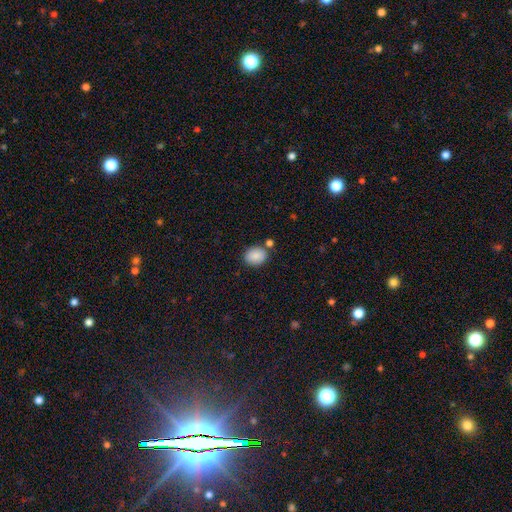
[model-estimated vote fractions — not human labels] smooth 88%, star or artifact 8%, featured or disk 5%. Down the decision tree: how rounded — round (50%); merging — none (76%).